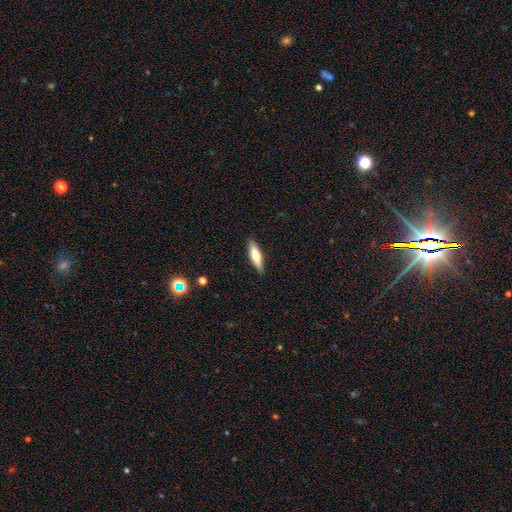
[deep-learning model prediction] This is possibly a smooth galaxy (58%). How rounded: likely cigar-shaped (60%). Merging: clearly none (90%).